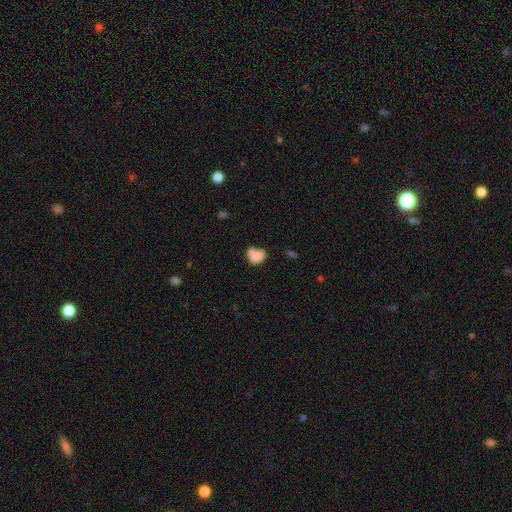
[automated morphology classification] Q: Smooth or featured?
A: smooth (77%); runner-up: featured or disk (14%)
Q: How rounded?
A: in between (63%); runner-up: round (35%)
Q: Merging?
A: merger (42%); runner-up: none (30%)